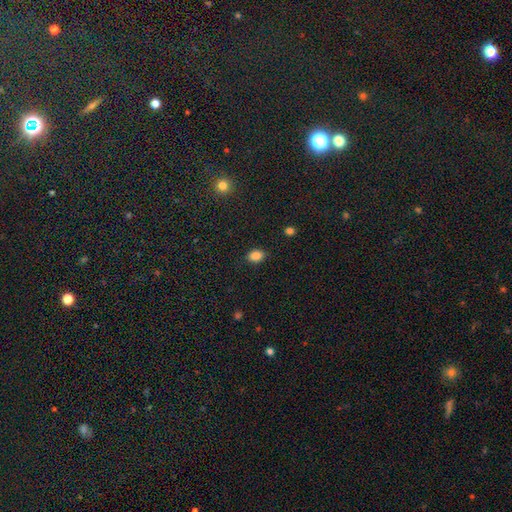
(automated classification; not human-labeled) This appears to be a smooth galaxy with no disk features (85%) that is in between round and cigar-shaped (73%). Merging: none (85%).